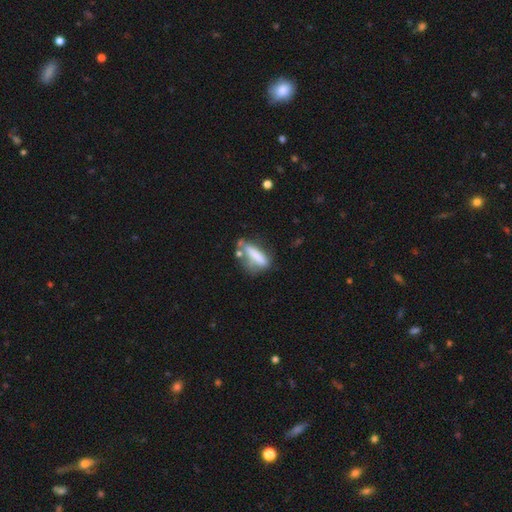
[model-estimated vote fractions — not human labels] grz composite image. It shows a smooth galaxy with no disk features (64%) that is cigar-shaped (64%). Merging: none (42%).